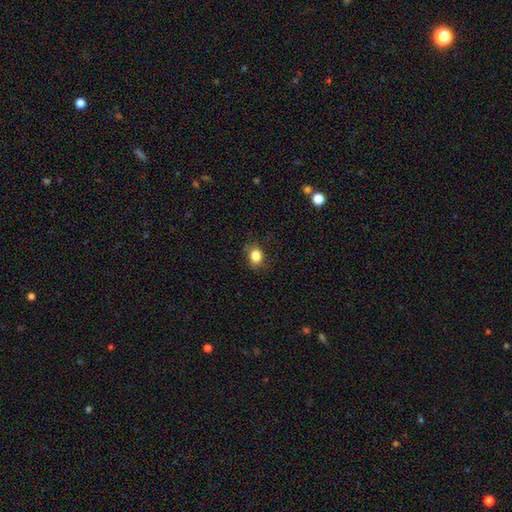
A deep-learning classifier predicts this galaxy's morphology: Overall: smooth (84%). How rounded: in between (56%; round 43%). Merging: none (78%).